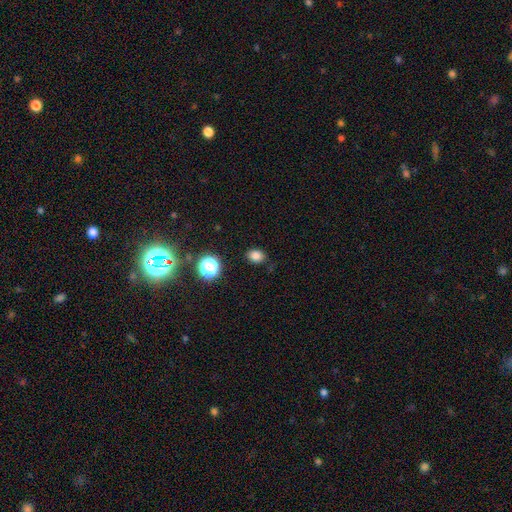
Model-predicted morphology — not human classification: Smooth or featured? Predicted: smooth (p=0.81). How rounded? Predicted: in between (p=0.54). Merging? Predicted: none (p=0.84).